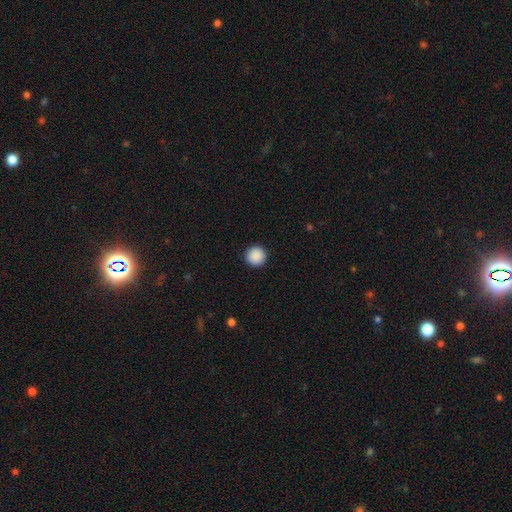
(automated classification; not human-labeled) This is clearly a smooth galaxy (90%). How rounded: clearly round (96%). Merging: clearly none (93%).